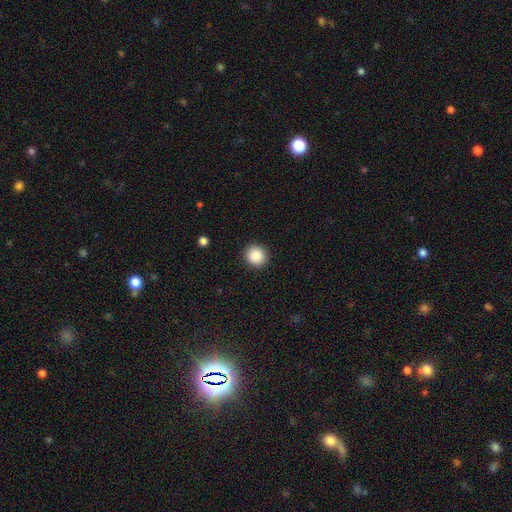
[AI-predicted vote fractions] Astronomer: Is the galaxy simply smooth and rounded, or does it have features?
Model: smooth — 88%.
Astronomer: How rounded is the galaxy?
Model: round — 90%.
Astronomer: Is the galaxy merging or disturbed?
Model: none — 92%.